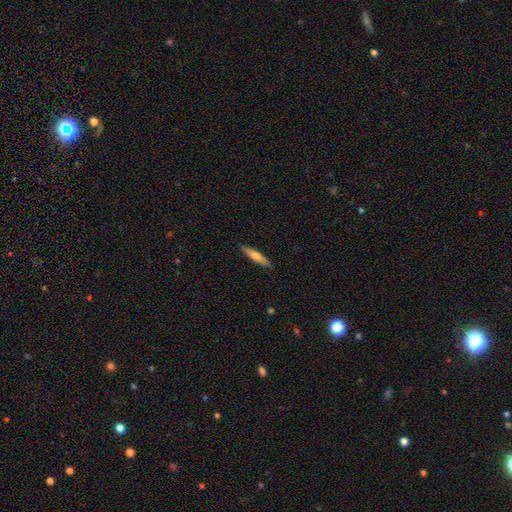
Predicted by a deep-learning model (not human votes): Overall: smooth (57%; featured or disk 38%). How rounded: cigar-shaped (89%). Merging: none (89%).